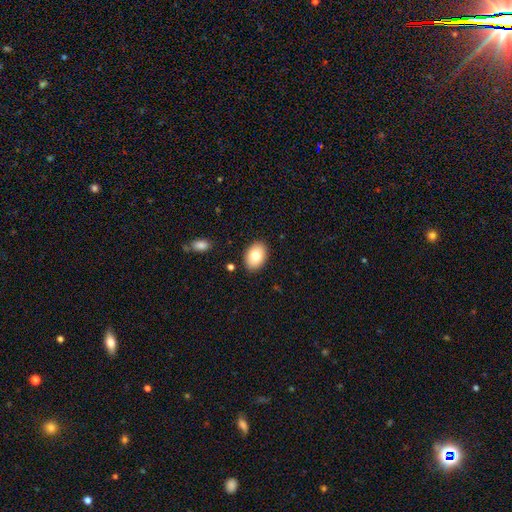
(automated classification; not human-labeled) Overall: smooth (80%). How rounded: in between (84%). Merging: none (88%).